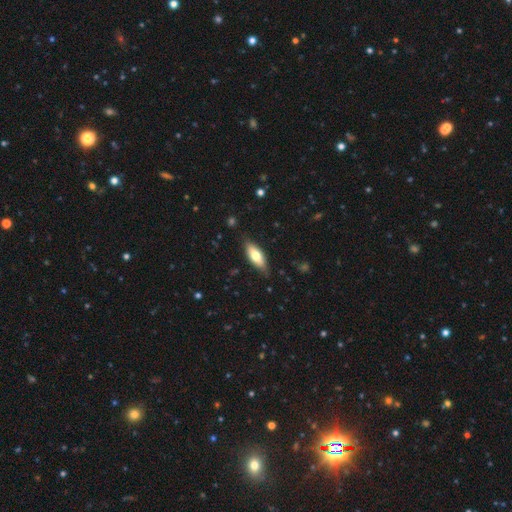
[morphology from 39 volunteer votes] smooth 72%, featured or disk 26%, star or artifact 3%. Down the decision tree: how rounded — in between (61%); merging — none (79%).